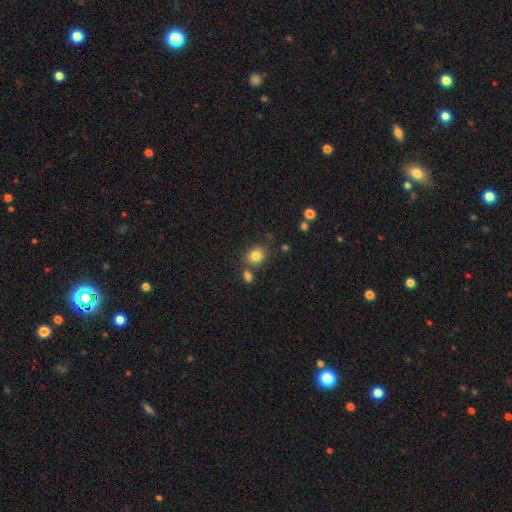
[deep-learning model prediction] The model was most divided on "how rounded": round: 63%, in between: 36%, cigar-shaped: 1%. More confident: smooth or featured — smooth (81%); merging — none (70%).